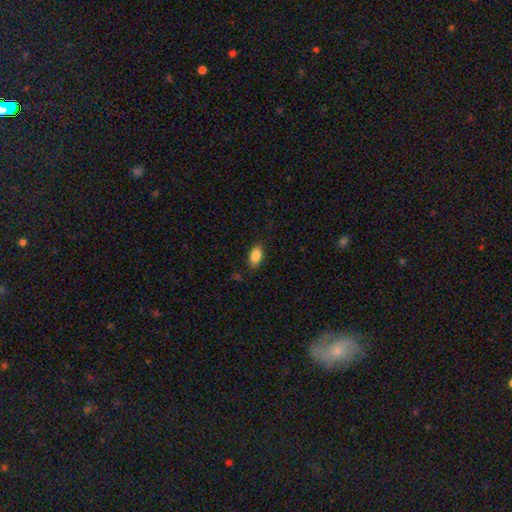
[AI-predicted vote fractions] Q: Smooth or featured?
A: smooth (87%); runner-up: star or artifact (8%)
Q: How rounded?
A: in between (91%); runner-up: round (6%)
Q: Merging?
A: none (85%); runner-up: minor disturbance (11%)